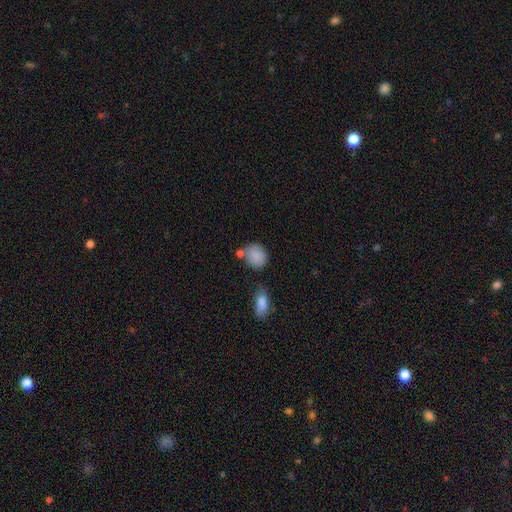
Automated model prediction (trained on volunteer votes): Q: Smooth or featured?
A: smooth (87%); runner-up: star or artifact (8%)
Q: How rounded?
A: round (70%); runner-up: in between (29%)
Q: Merging?
A: none (63%); runner-up: minor disturbance (17%)